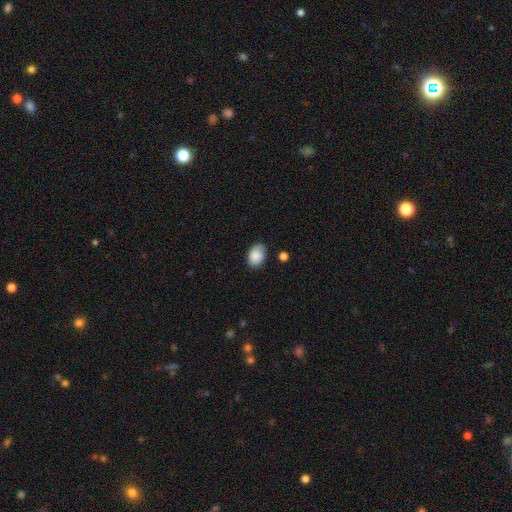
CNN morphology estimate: A smooth galaxy with no disk features (85%) that is in between round and cigar-shaped (78%).

Vote fractions:
- Smooth or featured? smooth: 85% / star or artifact: 8% / featured or disk: 7%
- How rounded? in between: 78% / round: 21% / cigar-shaped: 1%
- Merging? none: 73% / minor disturbance: 21% / major disturbance: 4% / merger: 2%